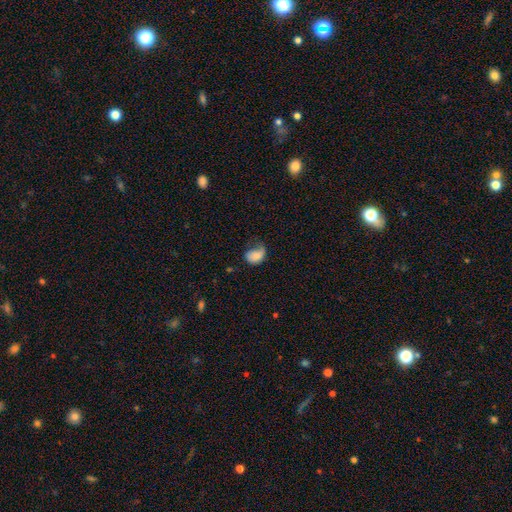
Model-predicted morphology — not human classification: Smooth or featured? Predicted: smooth (p=0.69). How rounded? Predicted: in between (p=0.69). Merging? Predicted: major disturbance (p=0.41).